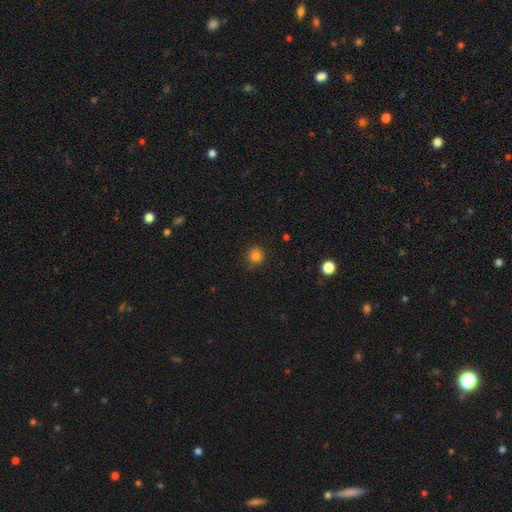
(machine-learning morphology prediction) The model was most divided on "merging": none: 83%, minor disturbance: 13%, major disturbance: 3%, merger: 1%. More confident: how rounded — round (88%); smooth or featured — smooth (84%).